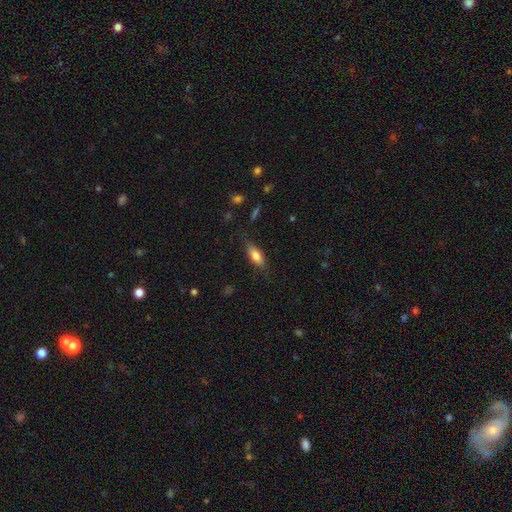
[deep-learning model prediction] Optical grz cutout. It shows a smooth galaxy with no disk features (78%) that is in between round and cigar-shaped (68%). Merging: none (78%).